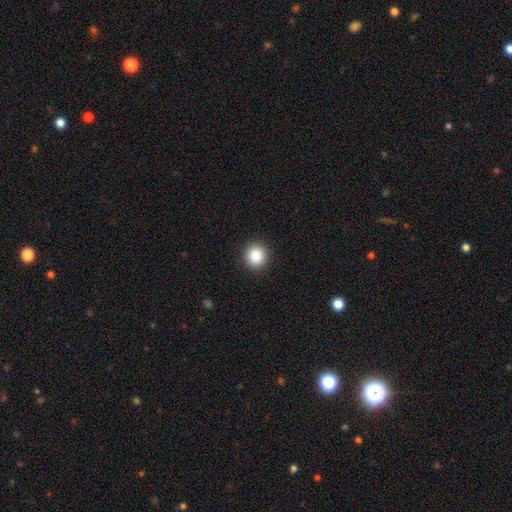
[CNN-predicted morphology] A smooth galaxy with no disk features (88%) that is round (91%).

Vote fractions:
- Smooth or featured? smooth: 88% / star or artifact: 9% / featured or disk: 3%
- How rounded? round: 91% / in between: 8% / cigar-shaped: 1%
- Merging? none: 91% / minor disturbance: 6% / major disturbance: 2% / merger: 1%